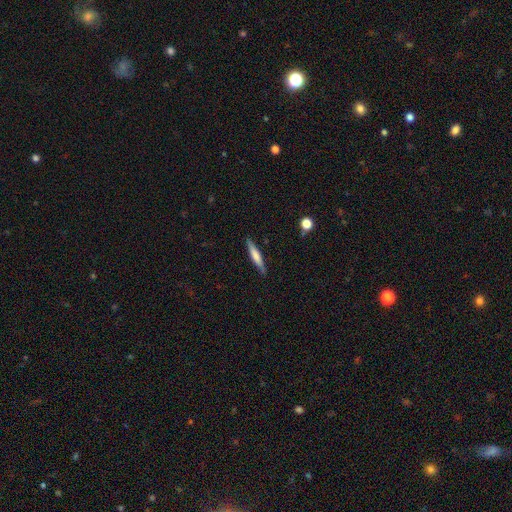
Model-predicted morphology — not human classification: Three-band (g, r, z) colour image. It shows a smooth galaxy with no disk features (60%) that is cigar-shaped (91%). Merging: none (88%).